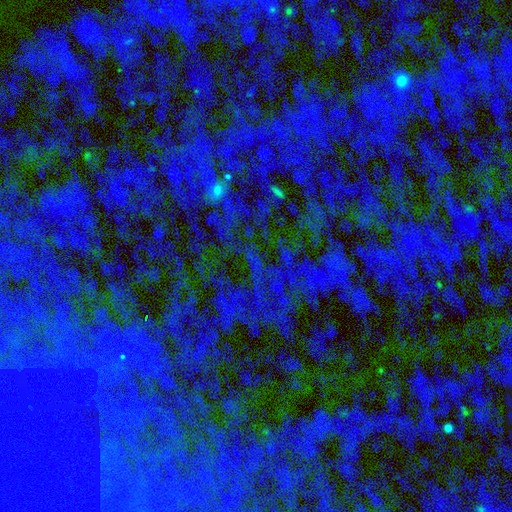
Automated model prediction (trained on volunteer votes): Smooth or featured? star or artifact (77%)